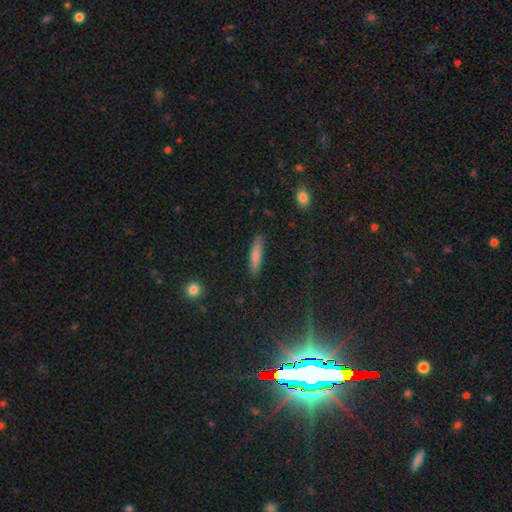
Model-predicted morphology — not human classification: Smooth or featured? Predicted: smooth (p=0.79). How rounded? Predicted: cigar-shaped (p=0.83). Merging? Predicted: none (p=0.87).